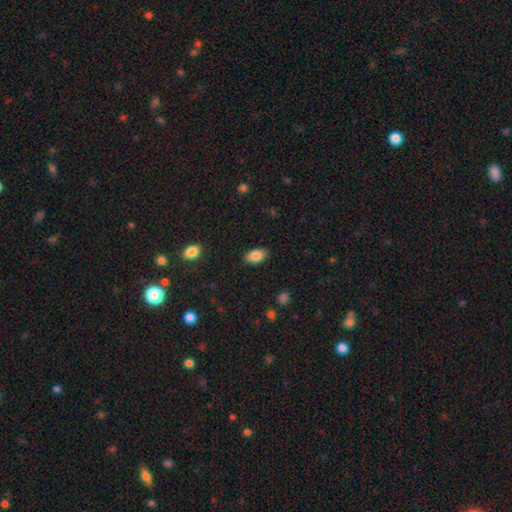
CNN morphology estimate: Overall: smooth (87%). How rounded: in between (91%). Merging: none (87%).